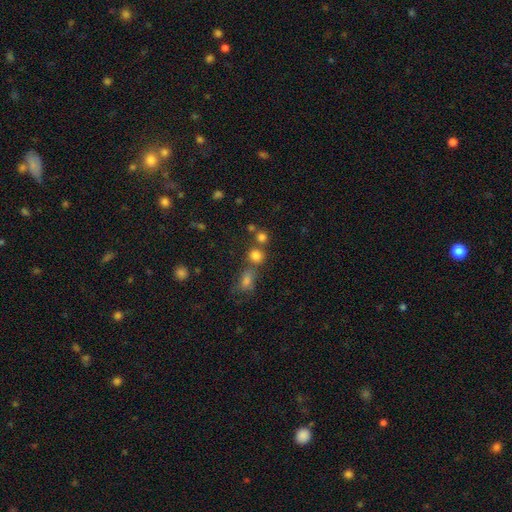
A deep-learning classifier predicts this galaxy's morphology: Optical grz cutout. It shows a smooth galaxy with no disk features (77%) that is round (83%). Merging: none (60%).